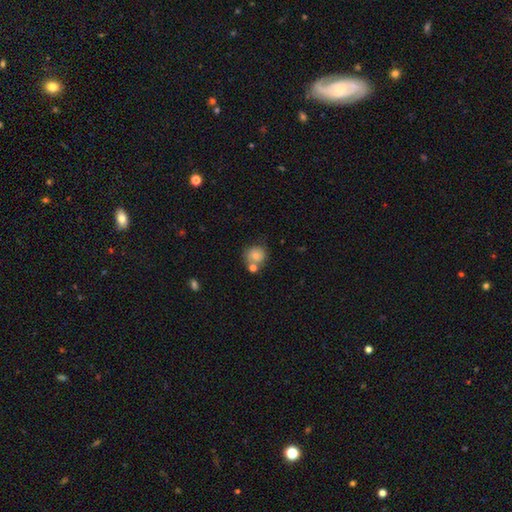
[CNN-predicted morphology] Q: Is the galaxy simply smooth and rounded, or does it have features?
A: smooth — 68%.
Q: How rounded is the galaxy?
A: round — 82%.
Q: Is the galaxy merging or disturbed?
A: none — 54%.